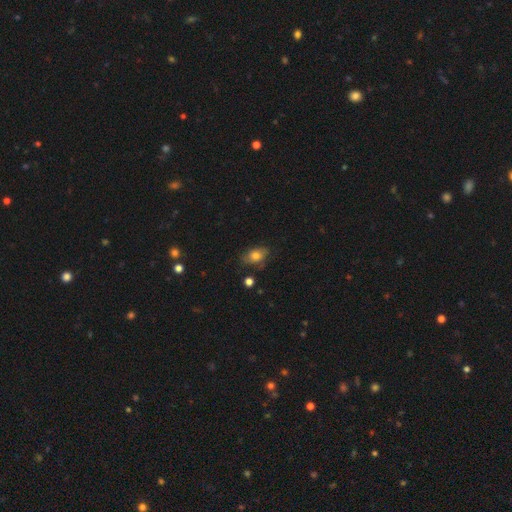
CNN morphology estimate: smooth-or-featured: smooth: 71% | featured or disk: 18% | star or artifact: 11%
  how-rounded: in between: 80% | round: 17% | cigar-shaped: 3%
  merging: none: 65% | minor disturbance: 25% | major disturbance: 7% | merger: 3%